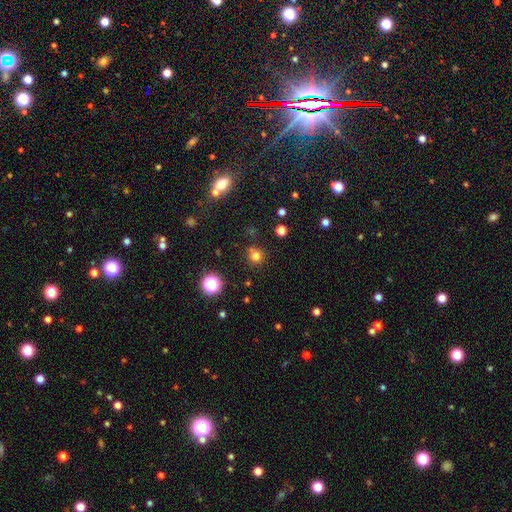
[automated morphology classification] Smooth or featured: smooth — 74% (star or artifact — 20%)
How rounded: round — 91% (in between — 8%)
Merging: none — 76% (minor disturbance — 11%)